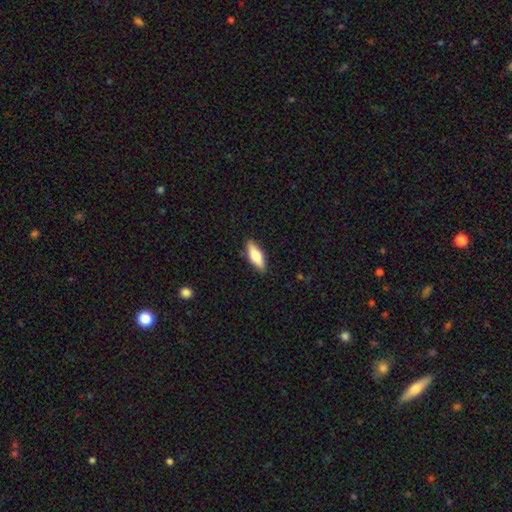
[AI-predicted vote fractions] smooth_or_featured: smooth (p=0.65) [alt: featured or disk p=0.29]
how_rounded: in between (p=0.67) [alt: cigar-shaped p=0.31]
merging: none (p=0.87) [alt: minor disturbance p=0.10]